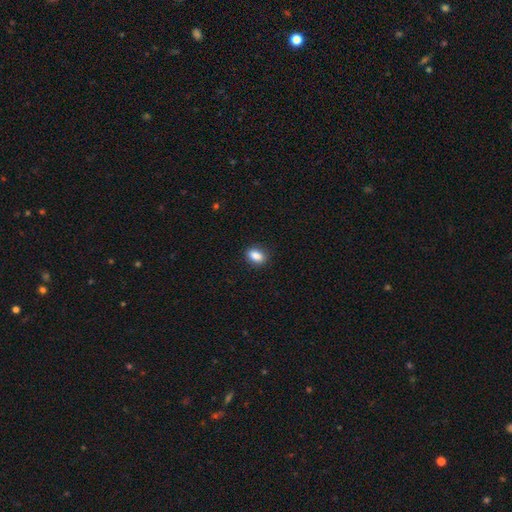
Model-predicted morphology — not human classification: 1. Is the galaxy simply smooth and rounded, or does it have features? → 87% smooth, 8% star or artifact, 5% featured or disk.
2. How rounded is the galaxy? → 80% in between, 17% round, 3% cigar-shaped.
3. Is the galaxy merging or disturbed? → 86% none, 10% minor disturbance, 2% major disturbance, 1% merger.